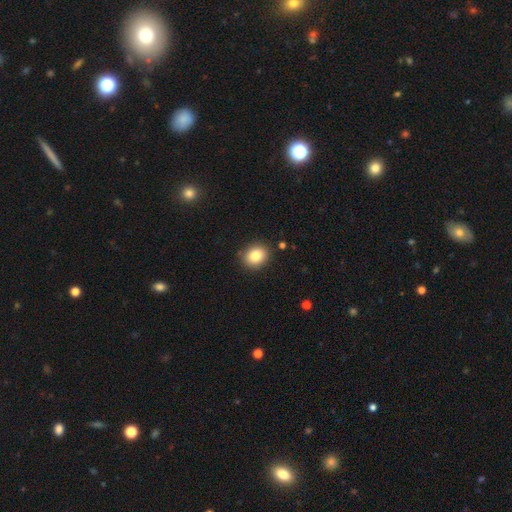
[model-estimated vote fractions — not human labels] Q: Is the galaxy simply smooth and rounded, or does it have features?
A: smooth — 83%.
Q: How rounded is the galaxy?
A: round — 64%.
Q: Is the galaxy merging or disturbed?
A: none — 88%.